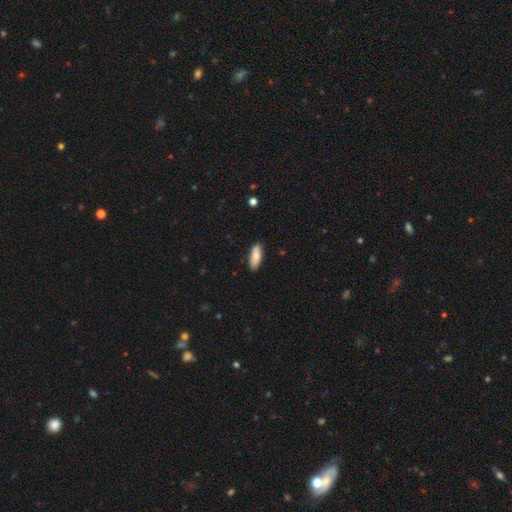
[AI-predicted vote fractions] Smooth or featured? smooth (76%)
How rounded? in between (72%)
Merging? none (85%)